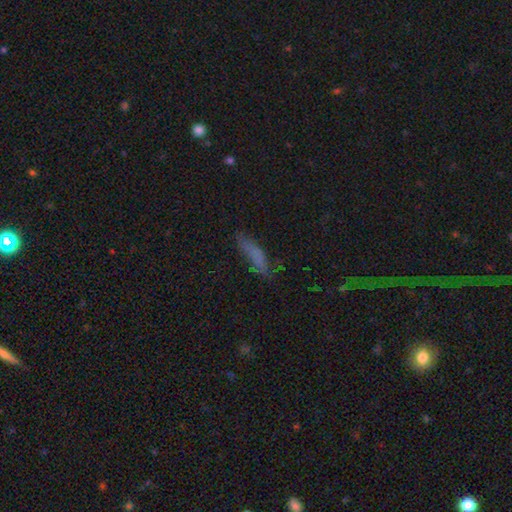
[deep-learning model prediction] smooth 63%, featured or disk 23%, star or artifact 14%. Down the decision tree: how rounded — cigar-shaped (65%); merging — none (52%).